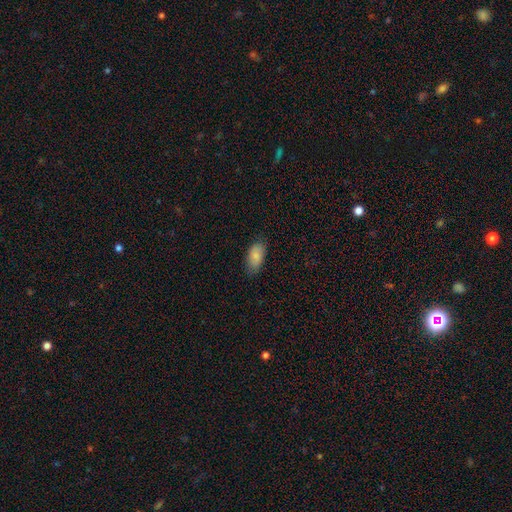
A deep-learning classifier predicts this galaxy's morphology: smooth 83%, featured or disk 11%, star or artifact 7%. Down the decision tree: how rounded — in between (93%); merging — none (78%).